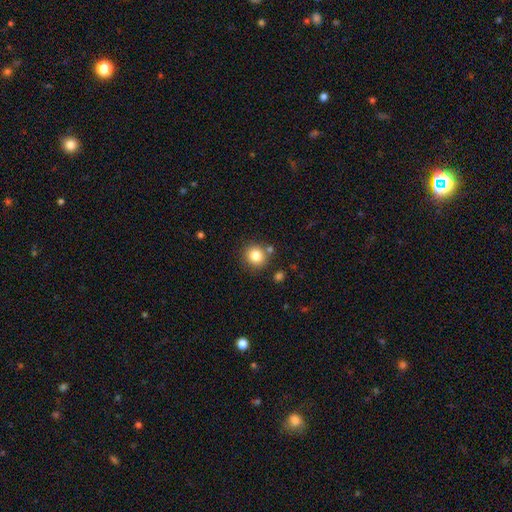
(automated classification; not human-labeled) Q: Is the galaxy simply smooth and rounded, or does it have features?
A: smooth — 83%.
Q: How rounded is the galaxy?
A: round — 90%.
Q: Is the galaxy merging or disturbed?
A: none — 81%.